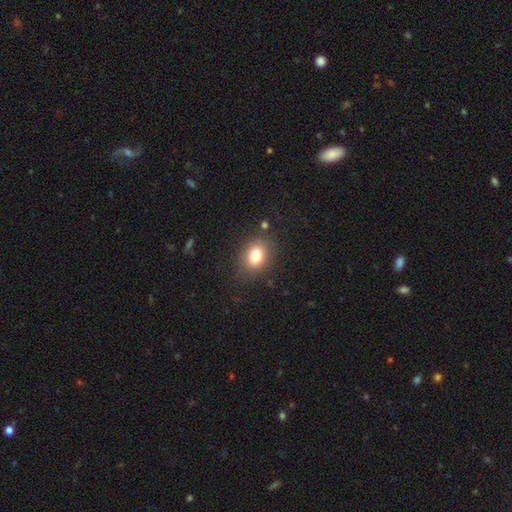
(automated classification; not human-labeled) A smooth galaxy with no disk features (79%) that is in between round and cigar-shaped (58%). Merging: none (81%).